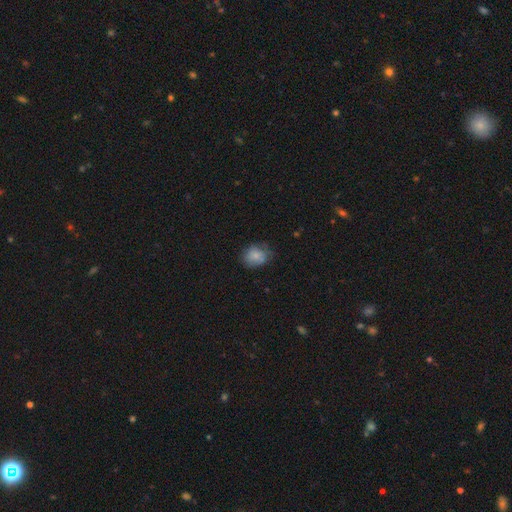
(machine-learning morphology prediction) The model was most divided on "how rounded": round: 52%, in between: 47%, cigar-shaped: 1%. More confident: smooth or featured — smooth (78%); merging — none (63%).